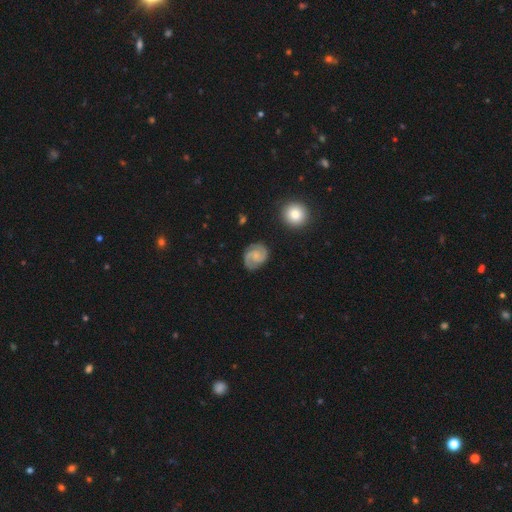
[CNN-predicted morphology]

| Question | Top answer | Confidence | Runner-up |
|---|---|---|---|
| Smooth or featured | featured or disk | 82% | smooth (12%) |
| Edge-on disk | no | 98% | yes (2%) |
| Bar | no | 58% | weak (36%) |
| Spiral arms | yes | 97% | no (3%) |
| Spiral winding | medium | 49% | tight (39%) |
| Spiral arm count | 2 | 88% | can't tell (4%) |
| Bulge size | small | 51% | none (26%) |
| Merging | none | 80% | minor disturbance (14%) |